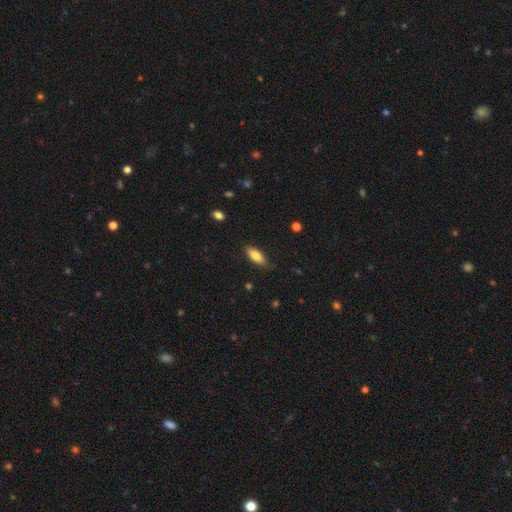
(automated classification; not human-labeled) This appears to be a smooth galaxy with no disk features (82%) that is in between round and cigar-shaped (74%). Merging: none (81%).